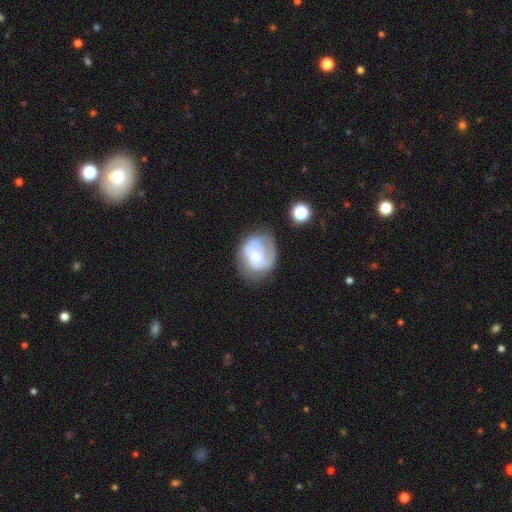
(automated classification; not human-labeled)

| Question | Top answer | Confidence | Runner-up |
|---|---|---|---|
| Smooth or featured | featured or disk | 55% | smooth (38%) |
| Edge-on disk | no | 98% | yes (2%) |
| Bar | no | 62% | weak (31%) |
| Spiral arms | yes | 72% | no (28%) |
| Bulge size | small | 43% | moderate (33%) |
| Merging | none | 50% | minor disturbance (27%) |